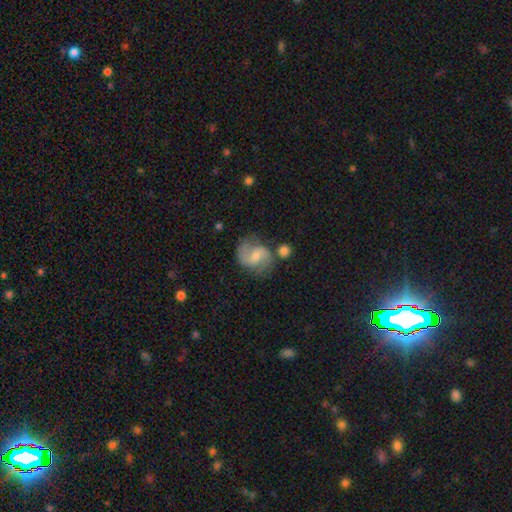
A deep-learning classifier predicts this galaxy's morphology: Overall: featured or disk (68%). Edge-on disk: no (98%). Bar: weak (50%; no 38%). Spiral arms: yes (91%). Spiral arm count: 2 (88%). Spiral winding: medium (49%; loose 34%). Bulge size: moderate (46%; small 44%). Merging: none (64%).